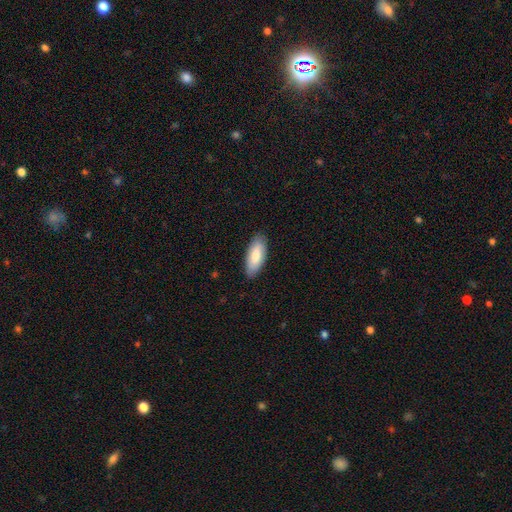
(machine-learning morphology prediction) Smooth or featured? Predicted: smooth (p=0.80). How rounded? Predicted: in between (p=0.80). Merging? Predicted: none (p=0.86).